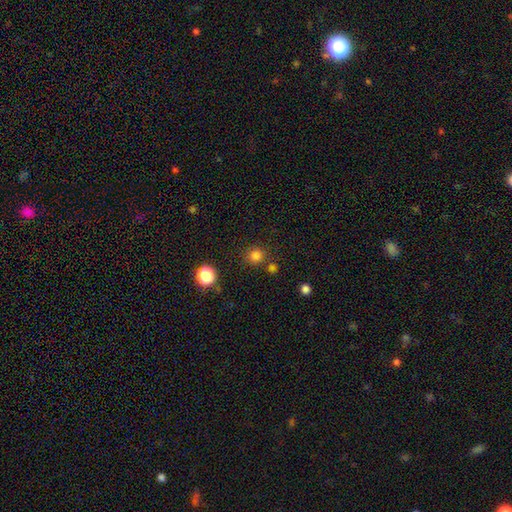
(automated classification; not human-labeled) Smooth or featured? Predicted: smooth (p=0.80). How rounded? Predicted: round (p=0.92). Merging? Predicted: none (p=0.80).